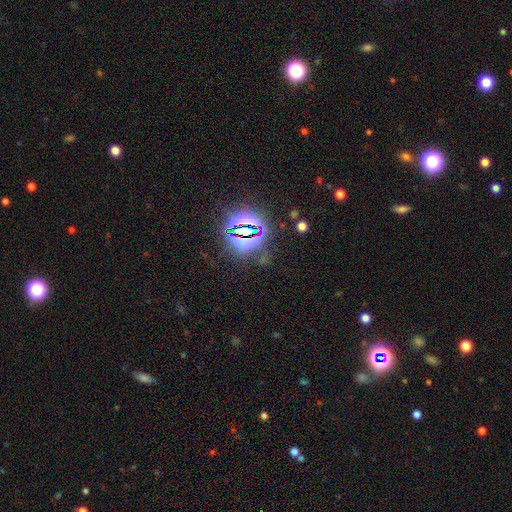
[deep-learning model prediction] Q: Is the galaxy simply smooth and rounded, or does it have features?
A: star or artifact — 83%.